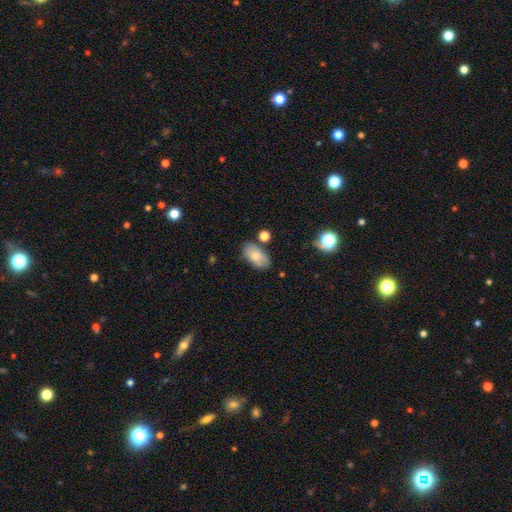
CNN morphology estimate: Smooth or featured?
  - smooth: 80% *
  - featured or disk: 12%
  - star or artifact: 7%
How rounded?
  - in between: 93% *
  - round: 5%
  - cigar-shaped: 2%
Merging?
  - none: 74% *
  - minor disturbance: 17%
  - merger: 5%
  - major disturbance: 4%